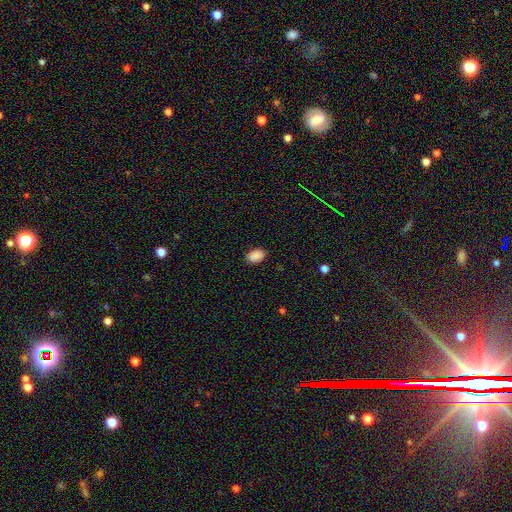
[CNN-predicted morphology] A smooth galaxy with no disk features (89%) that is in between round and cigar-shaped (89%).

Vote fractions:
- Smooth or featured? smooth: 89% / star or artifact: 8% / featured or disk: 3%
- How rounded? in between: 89% / round: 10% / cigar-shaped: 1%
- Merging? none: 87% / minor disturbance: 10% / major disturbance: 2% / merger: 1%